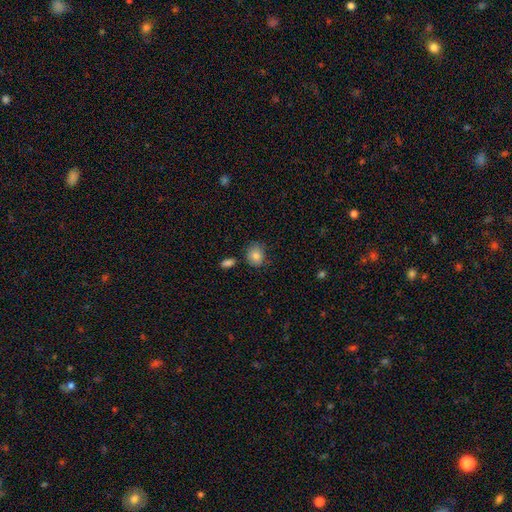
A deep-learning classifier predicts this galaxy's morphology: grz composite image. It shows a smooth galaxy with no disk features (83%) that is round (66%). Merging: none (71%).